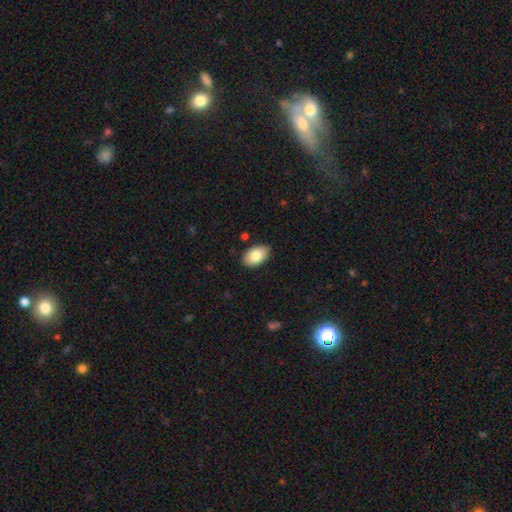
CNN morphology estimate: Smooth or featured? smooth (83%)
How rounded? in between (93%)
Merging? none (86%)